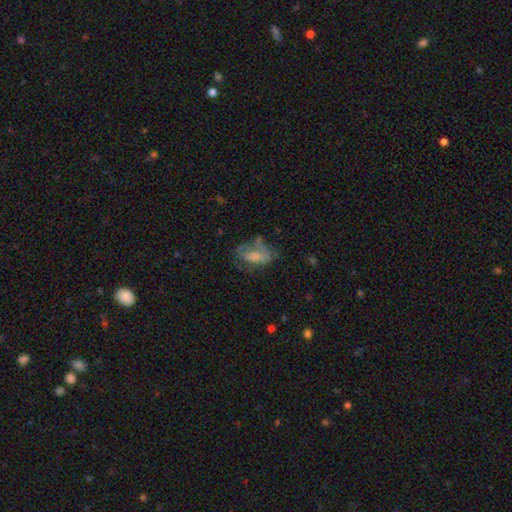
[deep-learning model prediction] A smooth galaxy with no disk features (57%) that is in between round and cigar-shaped (88%).

Vote fractions:
- Smooth or featured? smooth: 57% / featured or disk: 34% / star or artifact: 10%
- How rounded? in between: 88% / round: 7% / cigar-shaped: 5%
- Merging? none: 35% / major disturbance: 31% / minor disturbance: 27% / merger: 7%